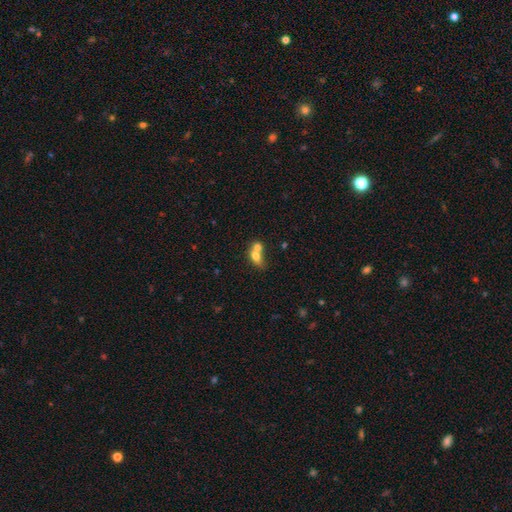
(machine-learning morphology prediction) Smooth or featured?
  - smooth: 70% *
  - featured or disk: 20%
  - star or artifact: 10%
How rounded?
  - in between: 62% *
  - round: 34%
  - cigar-shaped: 4%
Merging?
  - merger: 69% *
  - none: 20%
  - minor disturbance: 7%
  - major disturbance: 4%